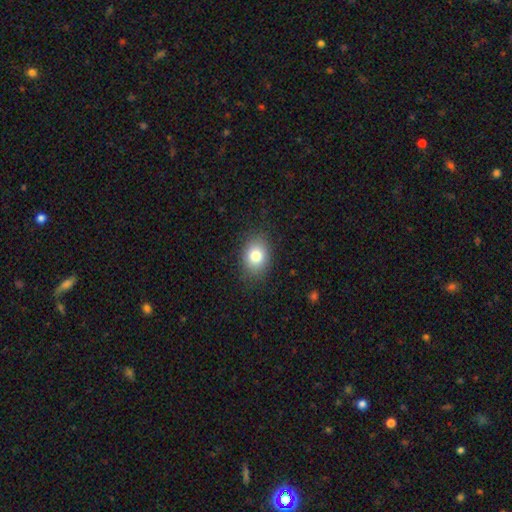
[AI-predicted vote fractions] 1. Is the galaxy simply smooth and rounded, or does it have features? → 81% smooth, 10% star or artifact, 10% featured or disk.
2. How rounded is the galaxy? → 64% in between, 35% round, 1% cigar-shaped.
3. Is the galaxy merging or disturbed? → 85% none, 11% minor disturbance, 3% major disturbance, 1% merger.